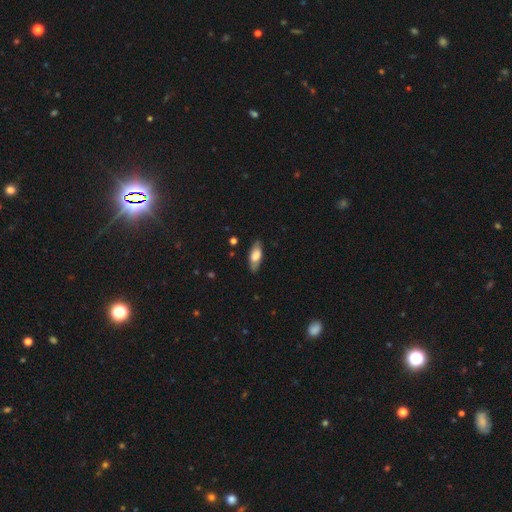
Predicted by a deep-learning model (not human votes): Smooth or featured?
  - smooth: 68% *
  - featured or disk: 25%
  - star or artifact: 6%
How rounded?
  - in between: 77% *
  - cigar-shaped: 21%
  - round: 2%
Merging?
  - none: 80% *
  - minor disturbance: 15%
  - major disturbance: 3%
  - merger: 1%